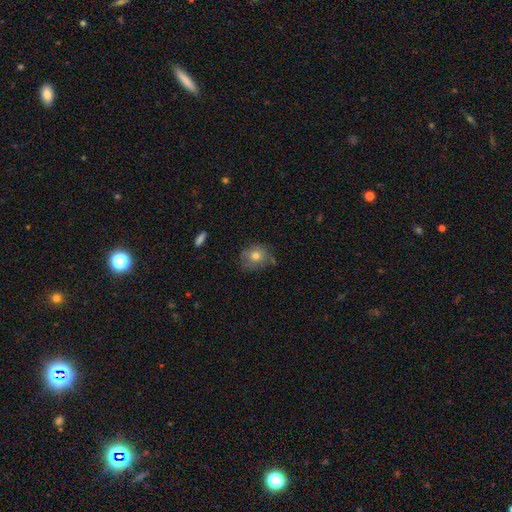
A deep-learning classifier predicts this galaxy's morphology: Smooth or featured? Predicted: smooth (p=0.71). How rounded? Predicted: round (p=0.69). Merging? Predicted: none (p=0.62).